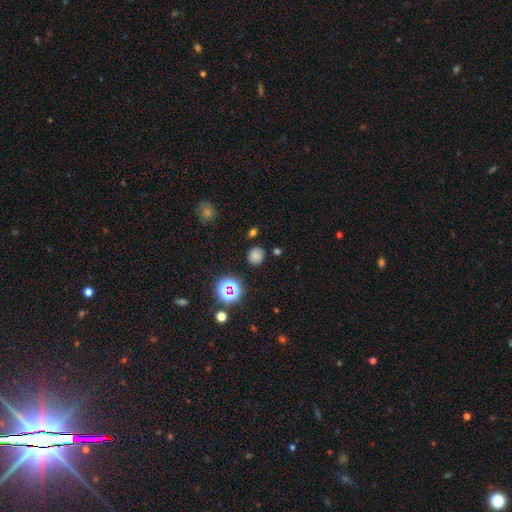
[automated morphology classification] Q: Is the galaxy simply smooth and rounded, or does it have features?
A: smooth — 74%.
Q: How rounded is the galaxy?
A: round — 86%.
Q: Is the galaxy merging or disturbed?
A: none — 83%.